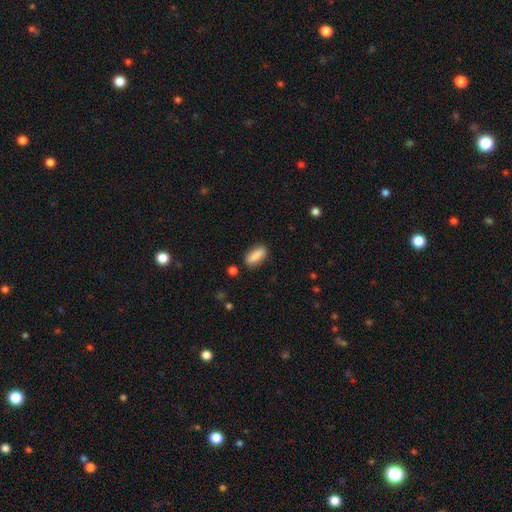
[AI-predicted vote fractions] Morphology: type=smooth (87%); roundness=in between (76%); merging=none (87%).